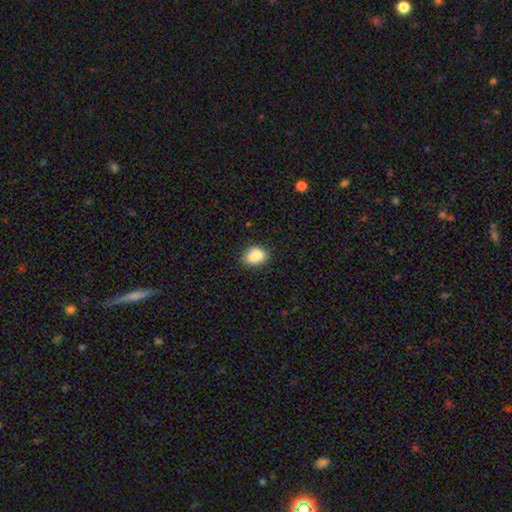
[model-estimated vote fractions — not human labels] The model was most divided on "how rounded": in between: 71%, round: 27%, cigar-shaped: 2%. More confident: smooth or featured — smooth (84%); merging — none (67%).